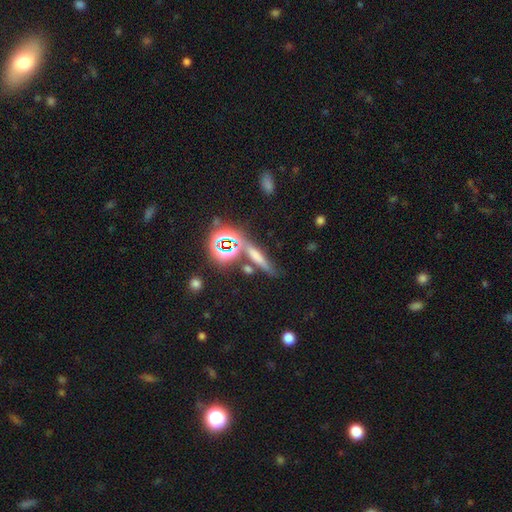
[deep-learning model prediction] smooth_or_featured: smooth (p=0.54) [alt: star or artifact p=0.27]
how_rounded: cigar-shaped (p=0.68) [alt: in between p=0.19]
merging: none (p=0.66) [alt: merger p=0.15]